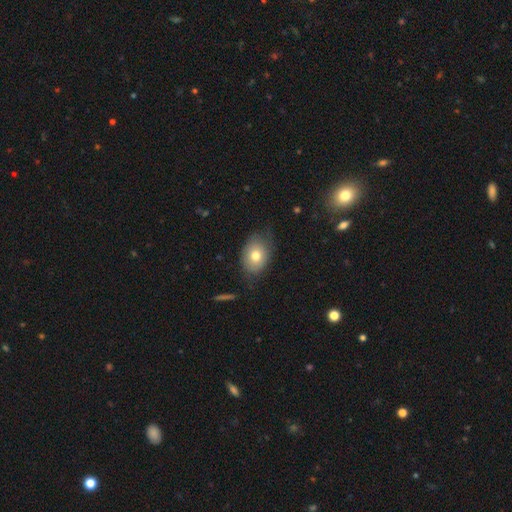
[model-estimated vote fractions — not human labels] Smooth or featured? smooth (74%)
How rounded? in between (66%)
Merging? none (67%)